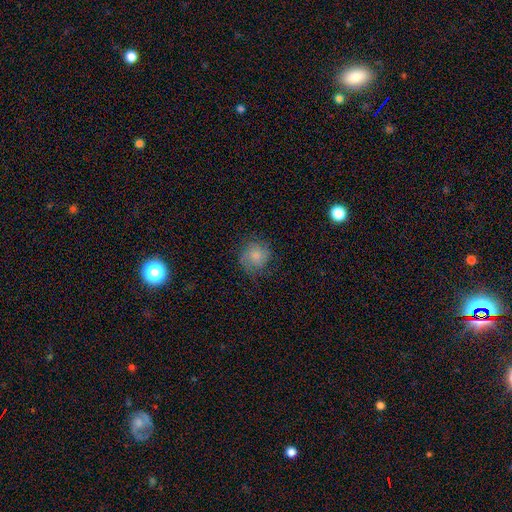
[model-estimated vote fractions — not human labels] Overall: smooth (70%). How rounded: round (85%). Merging: none (66%).